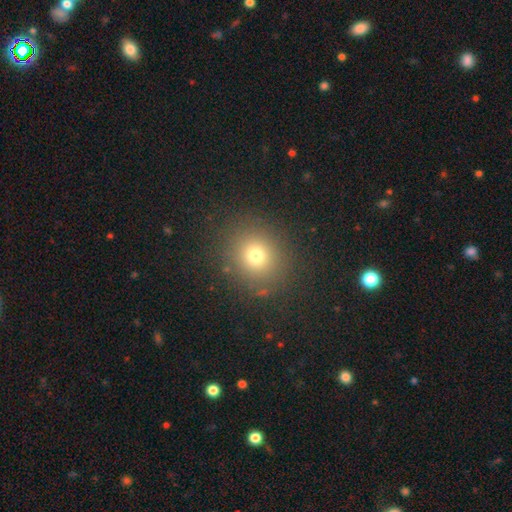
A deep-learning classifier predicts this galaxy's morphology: smooth_or_featured: smooth (p=0.72) [alt: star or artifact p=0.19]
how_rounded: round (p=0.84) [alt: in between p=0.15]
merging: none (p=0.86) [alt: minor disturbance p=0.08]